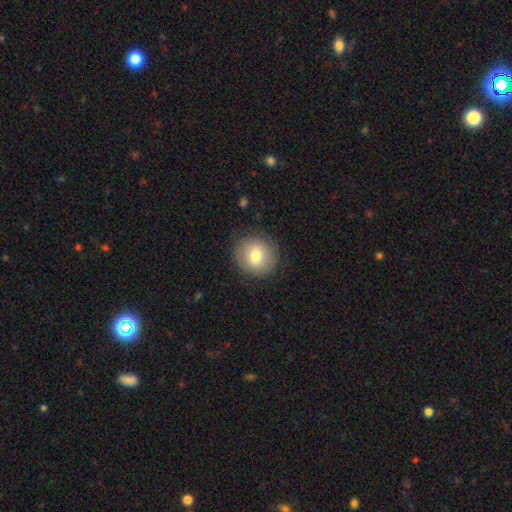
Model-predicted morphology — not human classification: Smooth or featured? smooth (77%)
How rounded? round (92%)
Merging? none (87%)